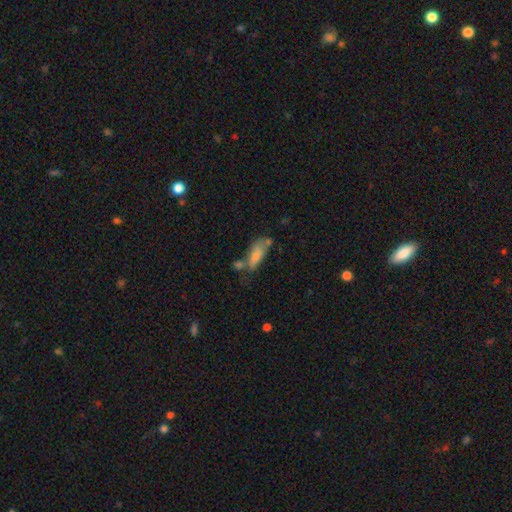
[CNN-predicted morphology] Smooth or featured: smooth — 71% (featured or disk — 20%)
How rounded: in between — 69% (cigar-shaped — 28%)
Merging: none — 33% (merger — 30%)